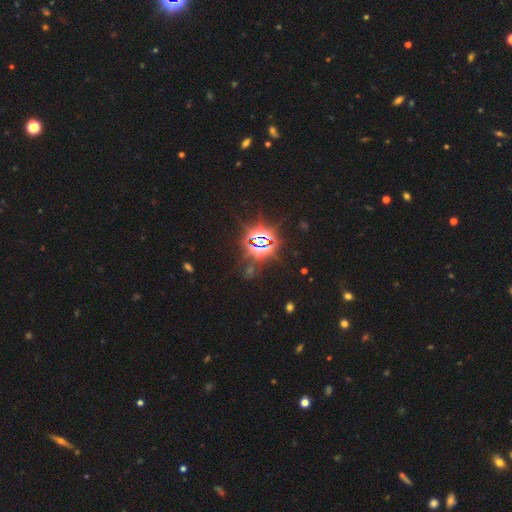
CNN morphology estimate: A star or artifact, not a galaxy (81%).